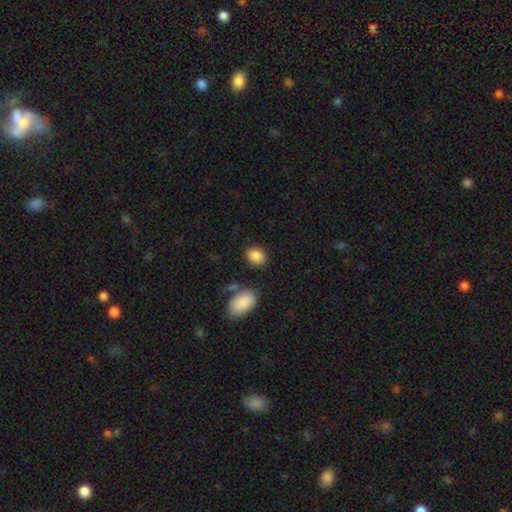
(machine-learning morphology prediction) Overall: smooth (88%). How rounded: in between (55%; round 44%). Merging: none (82%).